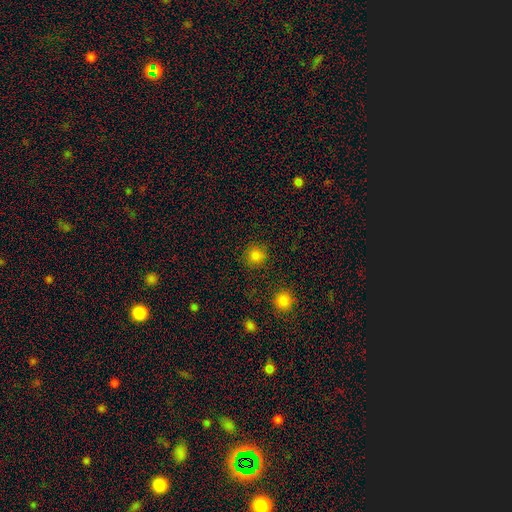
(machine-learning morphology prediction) smooth-or-featured: smooth: 83% | star or artifact: 13% | featured or disk: 4%
  how-rounded: round: 93% | in between: 6% | cigar-shaped: 1%
  merging: none: 88% | minor disturbance: 7% | major disturbance: 3% | merger: 2%